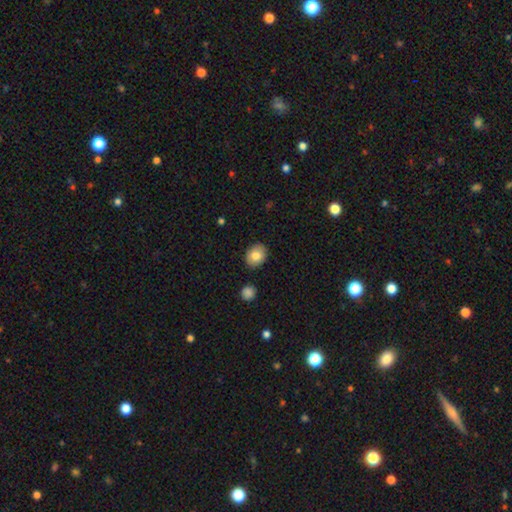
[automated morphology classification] Smooth or featured? Predicted: smooth (p=0.82). How rounded? Predicted: in between (p=0.57). Merging? Predicted: none (p=0.87).